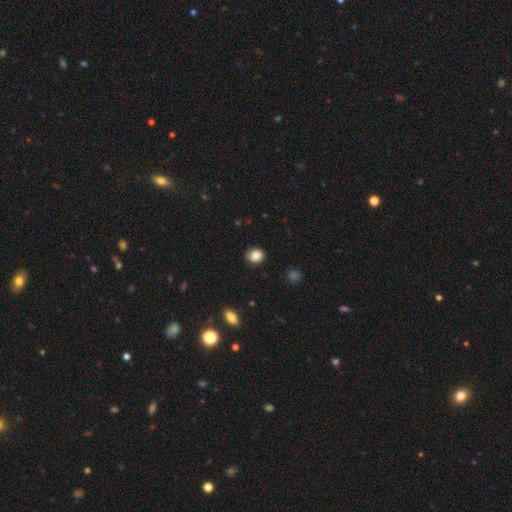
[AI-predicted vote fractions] Overall: smooth (86%). How rounded: round (76%). Merging: none (87%).